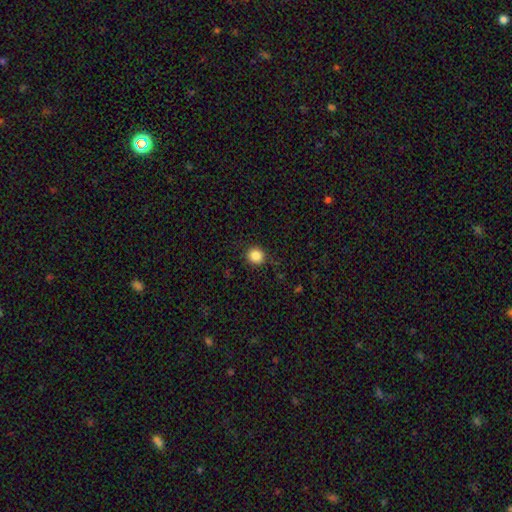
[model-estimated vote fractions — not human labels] Smooth or featured? Predicted: smooth (p=0.86). How rounded? Predicted: round (p=0.88). Merging? Predicted: none (p=0.88).